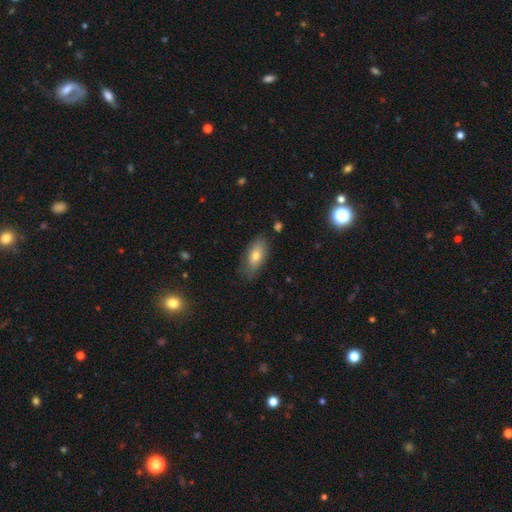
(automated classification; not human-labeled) Overall: smooth (73%). How rounded: in between (87%). Merging: none (73%).